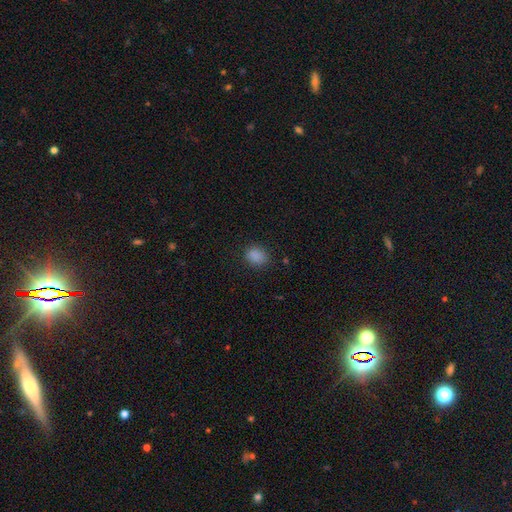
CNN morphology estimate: Smooth or featured: smooth — 86% (star or artifact — 11%)
How rounded: in between — 52% (round — 47%)
Merging: none — 82% (minor disturbance — 13%)